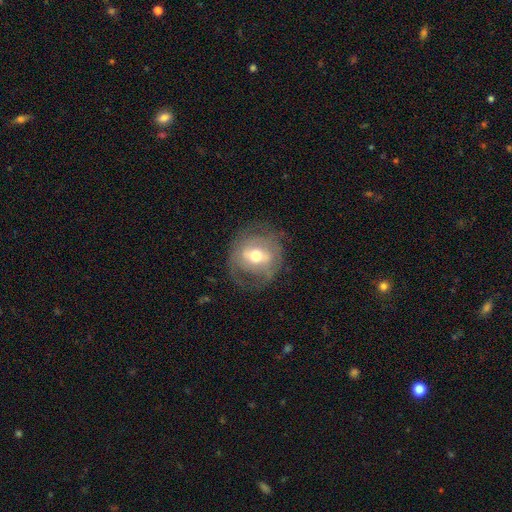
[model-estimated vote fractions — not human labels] The model was most divided on "bar": weak: 38%, strong: 32%, no: 29%. More confident: edge-on disk — no (93%); bulge size — moderate (71%); merging — none (66%); smooth or featured — featured or disk (60%); spiral arms — no (53%).